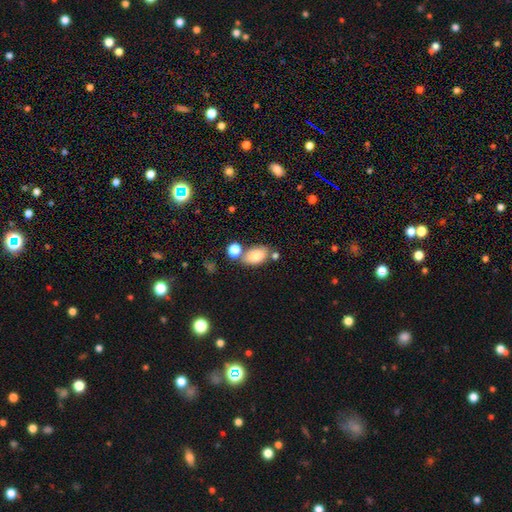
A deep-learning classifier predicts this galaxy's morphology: smooth 82%, featured or disk 9%, star or artifact 8%. Down the decision tree: how rounded — in between (90%); merging — none (62%).